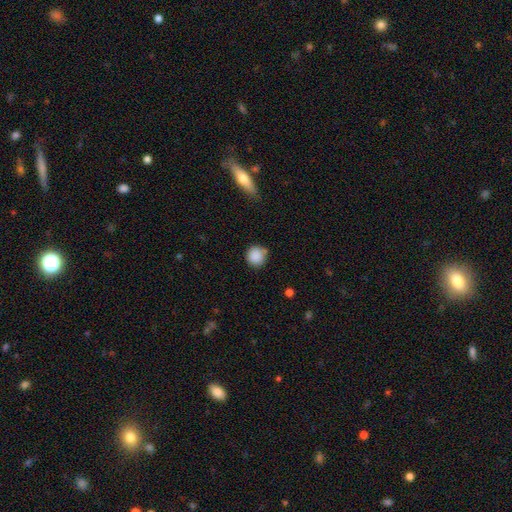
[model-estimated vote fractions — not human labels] smooth-or-featured: smooth: 88% | star or artifact: 9% | featured or disk: 4%
  how-rounded: round: 91% | in between: 8% | cigar-shaped: 1%
  merging: none: 74% | minor disturbance: 17% | merger: 5% | major disturbance: 4%